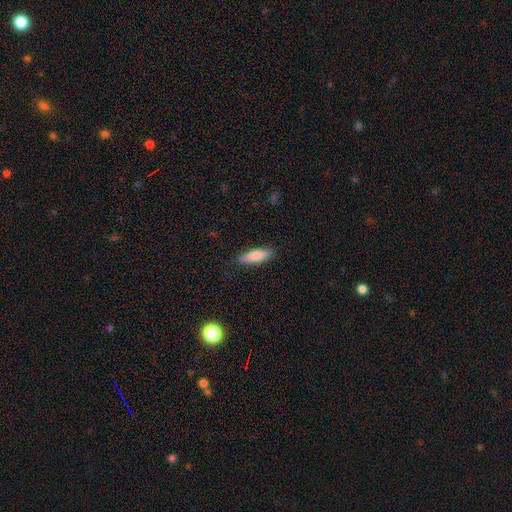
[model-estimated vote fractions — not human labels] smooth-or-featured: smooth: 83% | featured or disk: 11% | star or artifact: 6%
  how-rounded: cigar-shaped: 56% | in between: 43% | round: 2%
  merging: none: 87% | minor disturbance: 10% | major disturbance: 2% | merger: 1%